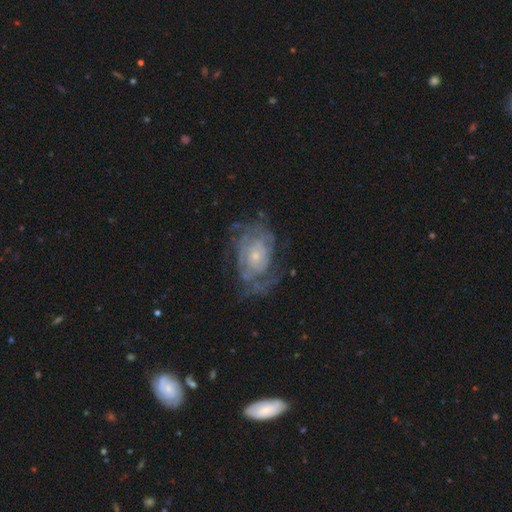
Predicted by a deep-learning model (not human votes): featured or disk 78%, smooth 14%, star or artifact 8%. Down the decision tree: edge-on disk — no (97%); bar — no (78%); spiral arms — yes (81%); spiral arm count — can't tell (52%); spiral winding — tight (58%); bulge size — small (69%); merging — none (56%).